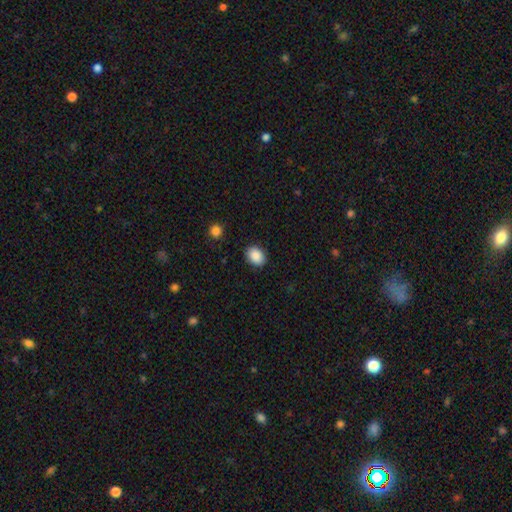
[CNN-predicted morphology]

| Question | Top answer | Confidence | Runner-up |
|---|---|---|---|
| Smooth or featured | smooth | 89% | star or artifact (8%) |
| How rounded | in between | 66% | round (33%) |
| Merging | none | 87% | minor disturbance (9%) |